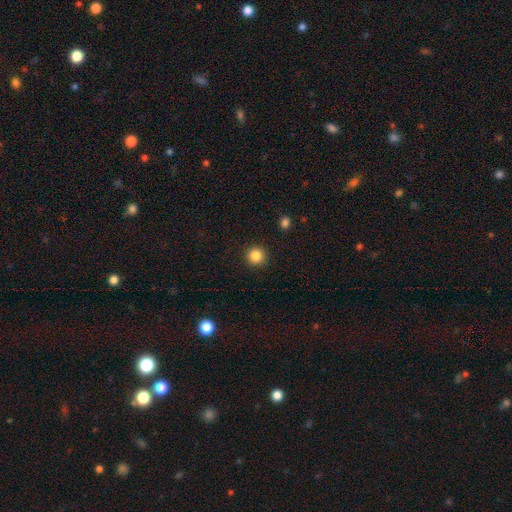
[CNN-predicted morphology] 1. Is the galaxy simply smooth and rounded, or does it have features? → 86% smooth, 11% star or artifact, 4% featured or disk.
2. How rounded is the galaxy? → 94% round, 5% in between, 1% cigar-shaped.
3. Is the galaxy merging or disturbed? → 92% none, 5% minor disturbance, 2% major disturbance, 1% merger.